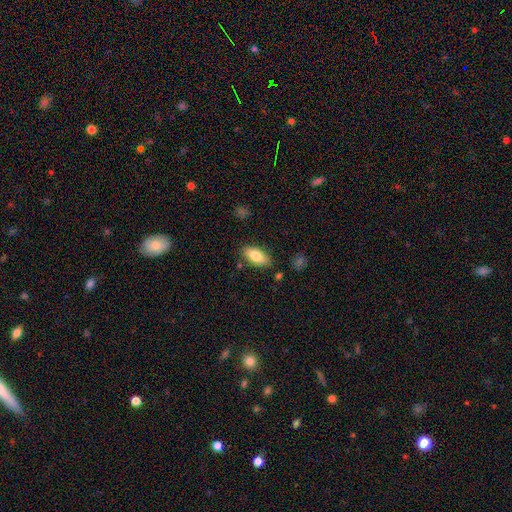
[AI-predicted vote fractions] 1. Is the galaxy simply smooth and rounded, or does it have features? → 79% smooth, 14% featured or disk, 7% star or artifact.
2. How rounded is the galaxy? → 87% in between, 10% cigar-shaped, 3% round.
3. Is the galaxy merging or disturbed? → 83% none, 12% minor disturbance, 3% major disturbance, 3% merger.